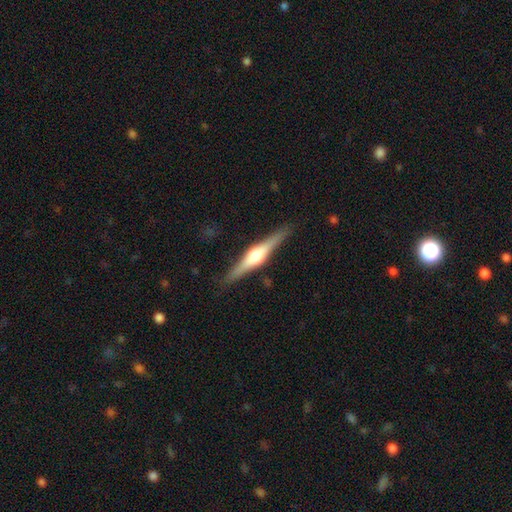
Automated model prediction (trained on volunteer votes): Overall: featured or disk (76%). Edge-on disk: yes (98%). Edge-on bulge: rounded (91%). Merging: none (89%).